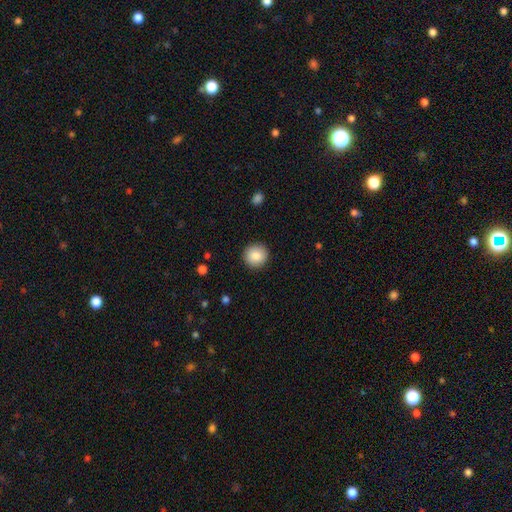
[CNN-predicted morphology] Smooth or featured? Predicted: smooth (p=0.86). How rounded? Predicted: round (p=0.93). Merging? Predicted: none (p=0.91).